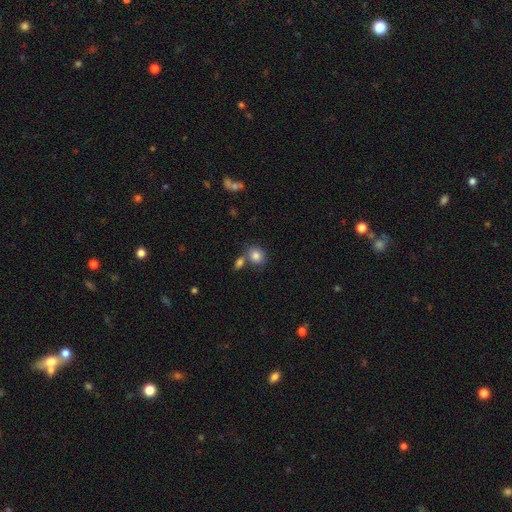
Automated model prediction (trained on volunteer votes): Smooth or featured? smooth (83%)
How rounded? round (69%)
Merging? none (63%)